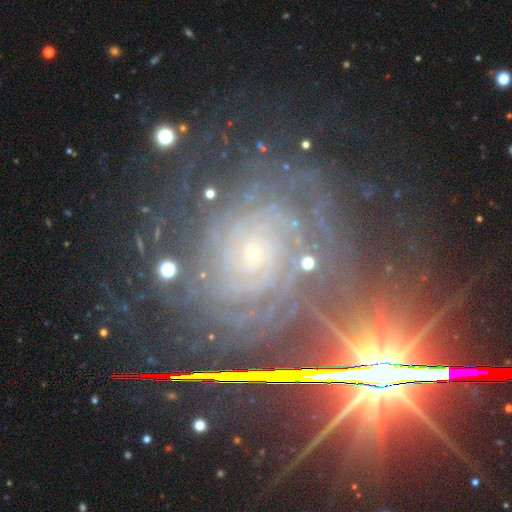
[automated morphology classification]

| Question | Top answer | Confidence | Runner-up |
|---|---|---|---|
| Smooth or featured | featured or disk | 70% | star or artifact (23%) |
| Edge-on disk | no | 95% | yes (5%) |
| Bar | no | 77% | weak (16%) |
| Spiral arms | yes | 94% | no (6%) |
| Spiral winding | tight | 77% | medium (18%) |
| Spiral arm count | can't tell | 41% | 2 (15%) |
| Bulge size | small | 78% | moderate (17%) |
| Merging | none | 70% | minor disturbance (16%) |